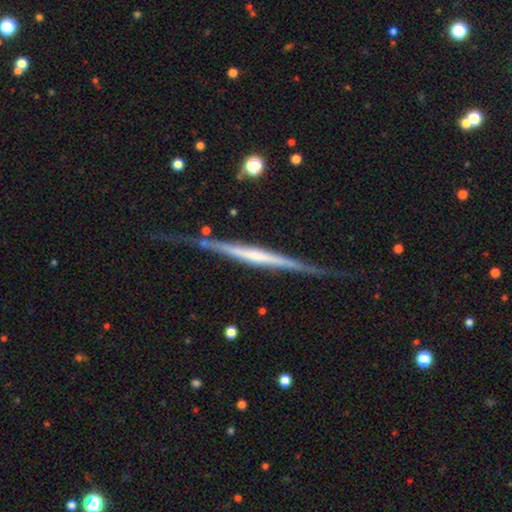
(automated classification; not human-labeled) A featured or disk galaxy (77%) viewed edge-on (97%) with no central bulge (52%). Merging: none (77%).